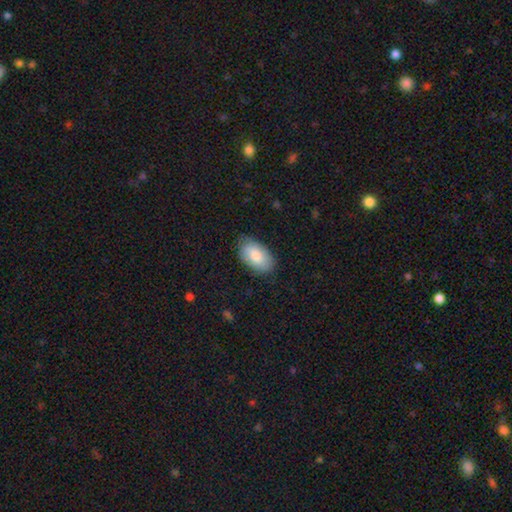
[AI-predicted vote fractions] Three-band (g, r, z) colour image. It shows a smooth galaxy with no disk features (81%) that is in between round and cigar-shaped (95%). Merging: none (80%).